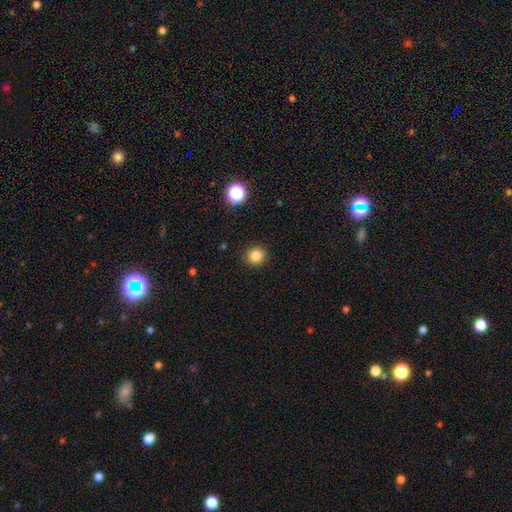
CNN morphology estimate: Smooth or featured? Predicted: smooth (p=0.83). How rounded? Predicted: round (p=0.90). Merging? Predicted: none (p=0.91).